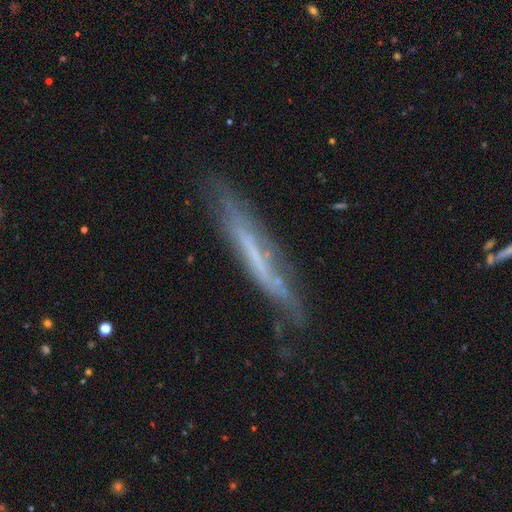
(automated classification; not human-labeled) Smooth or featured? Predicted: featured or disk (p=0.61). Edge-on disk? Predicted: yes (p=0.79). Merging? Predicted: none (p=0.65).